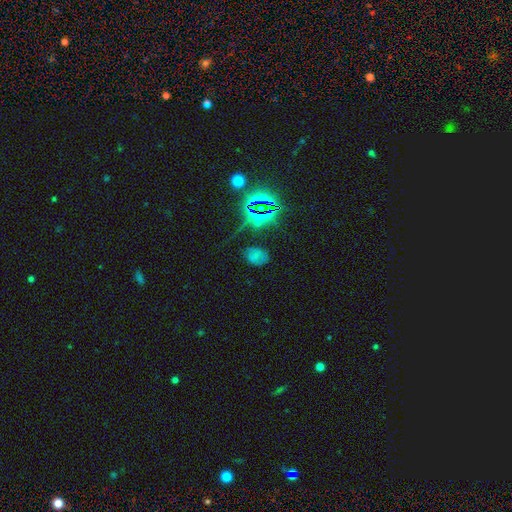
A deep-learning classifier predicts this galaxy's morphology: Smooth or featured? Predicted: smooth (p=0.52). How rounded? Predicted: in between (p=0.74). Merging? Predicted: none (p=0.68).